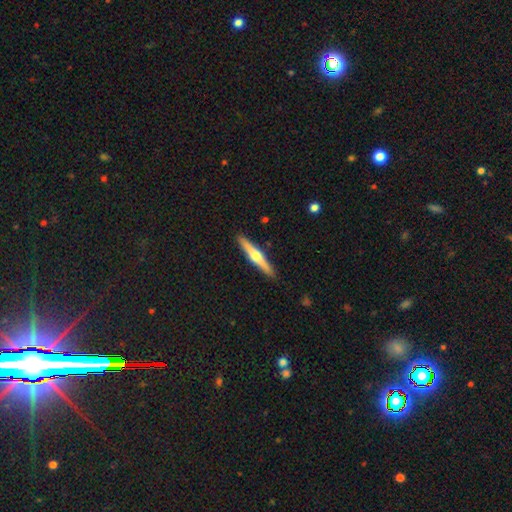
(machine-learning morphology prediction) A featured or disk galaxy (64%) viewed edge-on (98%) with a rounded central bulge (92%). Merging: none (91%).